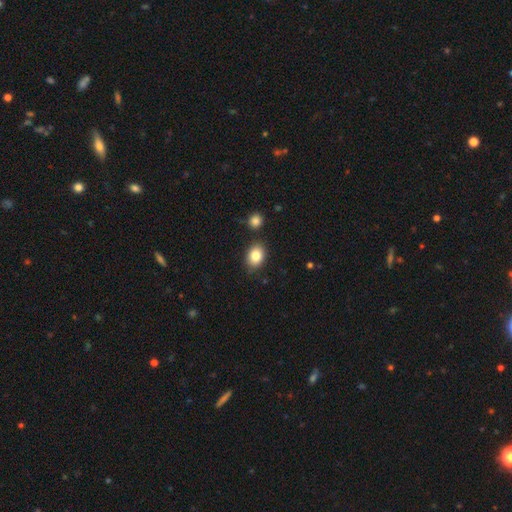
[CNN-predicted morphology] Smooth or featured? Predicted: smooth (p=0.84). How rounded? Predicted: in between (p=0.73). Merging? Predicted: none (p=0.80).